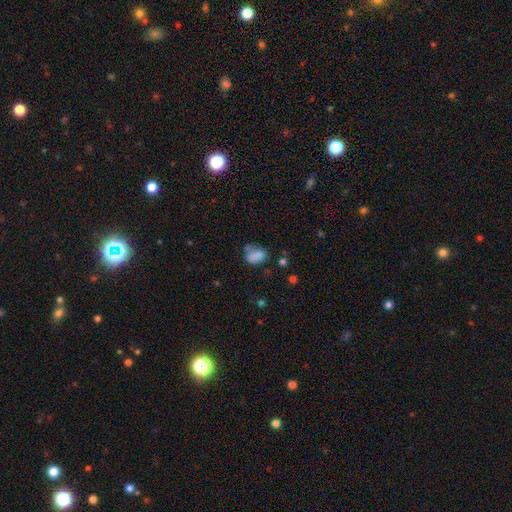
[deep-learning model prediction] This is likely a smooth galaxy (79%). How rounded: clearly in between (82%). Merging: marginally none (42%).